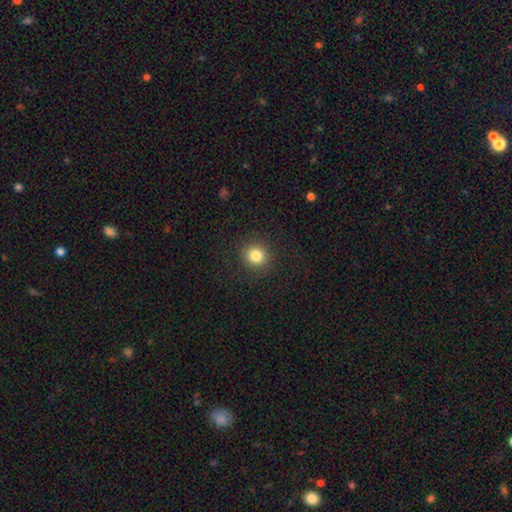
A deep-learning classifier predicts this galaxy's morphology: Overall: smooth (83%). How rounded: round (89%). Merging: none (90%).